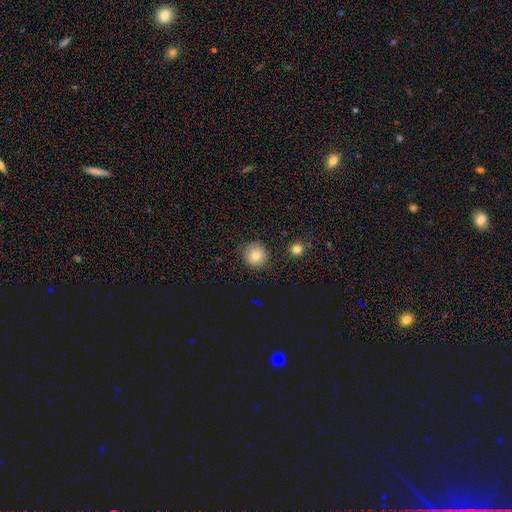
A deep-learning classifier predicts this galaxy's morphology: This is likely a smooth galaxy (78%). How rounded: clearly round (93%). Merging: clearly none (85%).